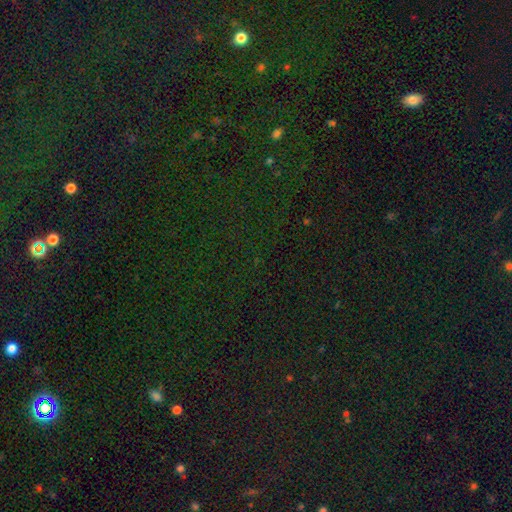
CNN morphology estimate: Smooth or featured? Predicted: star or artifact (p=0.79).